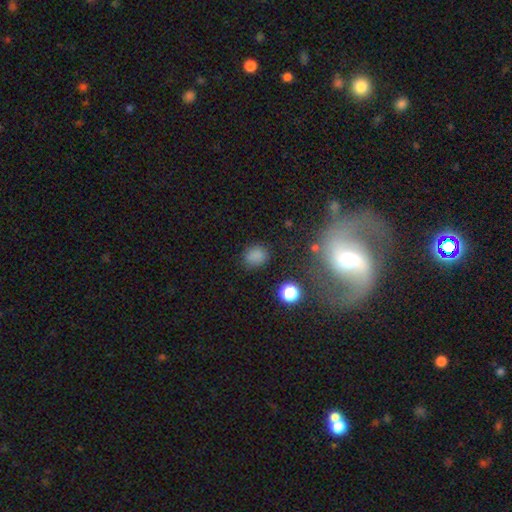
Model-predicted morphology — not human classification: Smooth or featured? Predicted: smooth (p=0.80). How rounded? Predicted: round (p=0.54). Merging? Predicted: none (p=0.80).